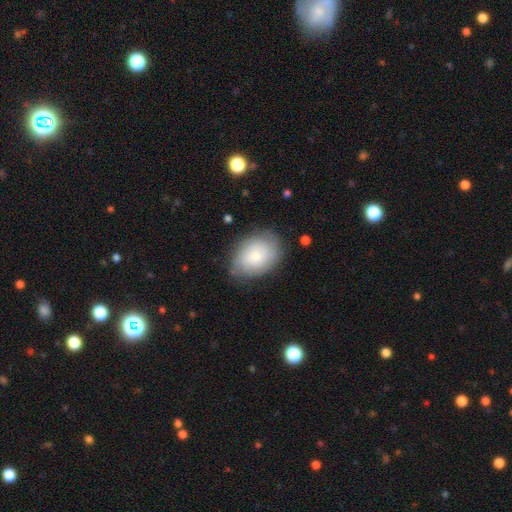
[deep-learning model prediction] smooth 62%, featured or disk 31%, star or artifact 7%. Down the decision tree: how rounded — in between (75%); merging — none (74%).